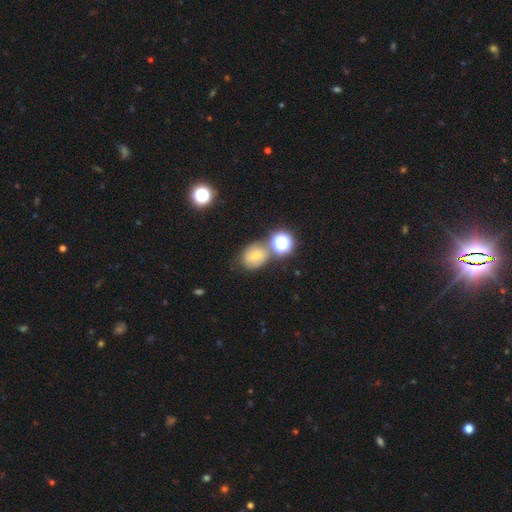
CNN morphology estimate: smooth_or_featured: smooth (p=0.50) [alt: featured or disk p=0.29]
how_rounded: round (p=0.54) [alt: in between p=0.45]
merging: none (p=0.58) [alt: minor disturbance p=0.18]